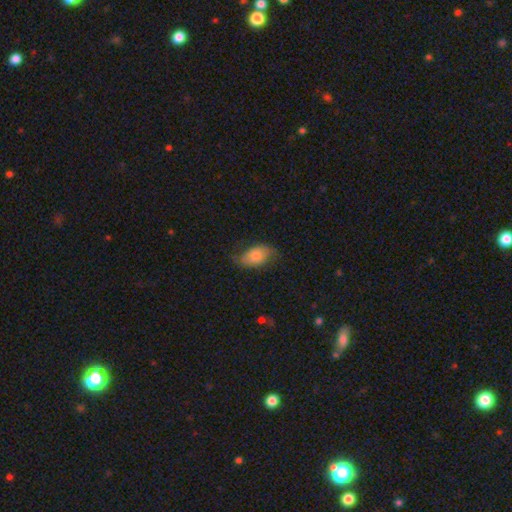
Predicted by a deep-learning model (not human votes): A smooth galaxy with no disk features (69%) that is in between round and cigar-shaped (90%).

Vote fractions:
- Smooth or featured? smooth: 69% / featured or disk: 23% / star or artifact: 7%
- How rounded? in between: 90% / round: 8% / cigar-shaped: 2%
- Merging? none: 58% / minor disturbance: 28% / major disturbance: 13% / merger: 1%